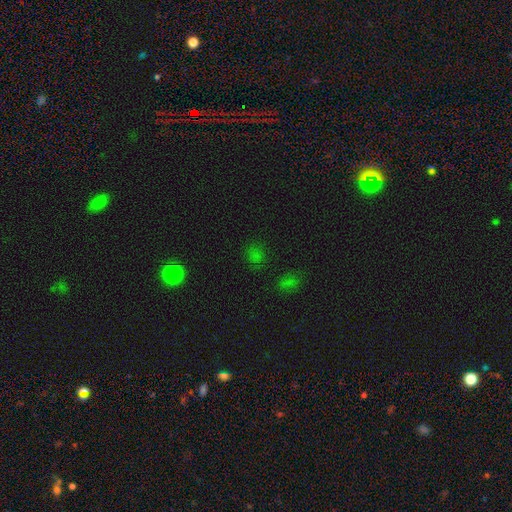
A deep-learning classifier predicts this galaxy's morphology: Smooth or featured?
  - smooth: 61% *
  - star or artifact: 33%
  - featured or disk: 6%
How rounded?
  - round: 76% *
  - in between: 22%
  - cigar-shaped: 2%
Merging?
  - none: 80% *
  - minor disturbance: 12%
  - major disturbance: 4%
  - merger: 3%